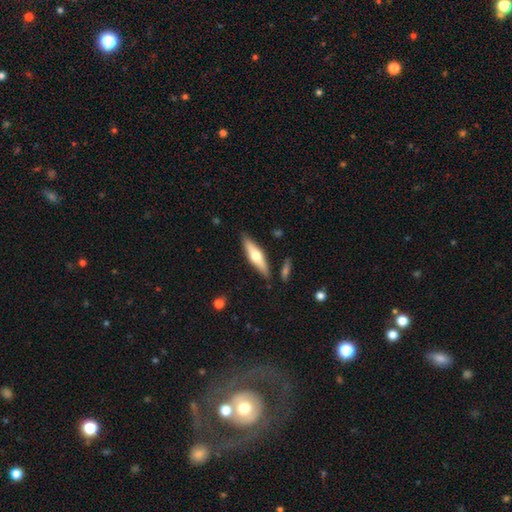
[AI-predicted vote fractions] The model was most divided on "smooth or featured": featured or disk: 52%, smooth: 42%, star or artifact: 5%. More confident: edge-on disk — yes (93%); merging — none (86%).